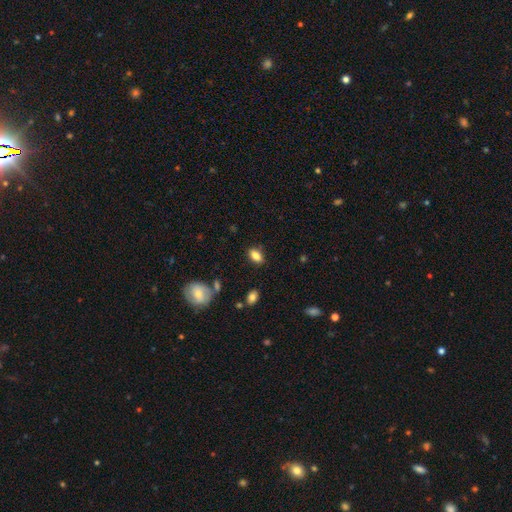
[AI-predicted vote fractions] Smooth or featured?
  - smooth: 83% *
  - featured or disk: 9%
  - star or artifact: 9%
How rounded?
  - in between: 89% *
  - round: 7%
  - cigar-shaped: 5%
Merging?
  - none: 83% *
  - minor disturbance: 11%
  - major disturbance: 3%
  - merger: 3%